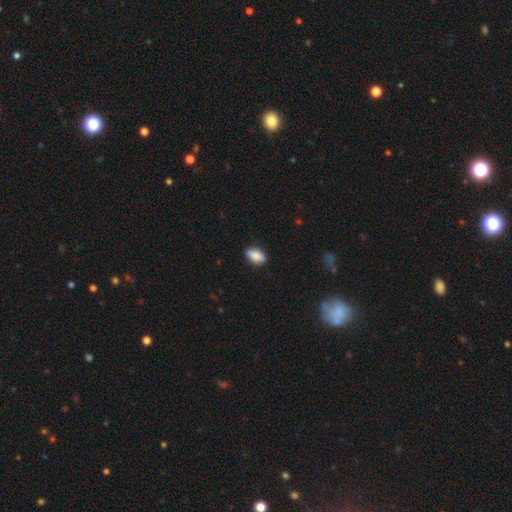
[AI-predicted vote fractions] smooth 84%, featured or disk 9%, star or artifact 7%. Down the decision tree: how rounded — in between (87%); merging — none (84%).